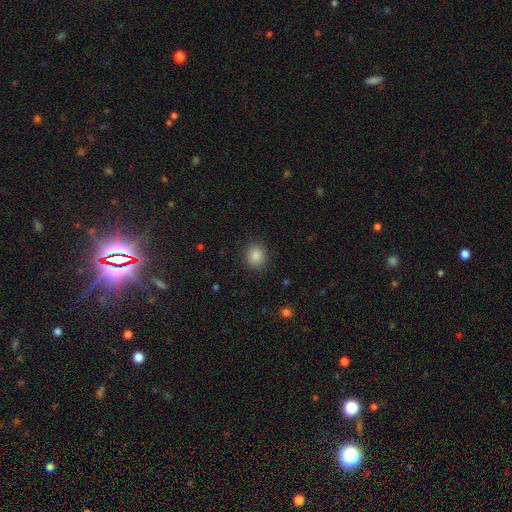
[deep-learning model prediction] Smooth or featured?
  - smooth: 86% *
  - star or artifact: 10%
  - featured or disk: 4%
How rounded?
  - round: 78% *
  - in between: 21%
  - cigar-shaped: 1%
Merging?
  - none: 89% *
  - minor disturbance: 7%
  - major disturbance: 3%
  - merger: 1%